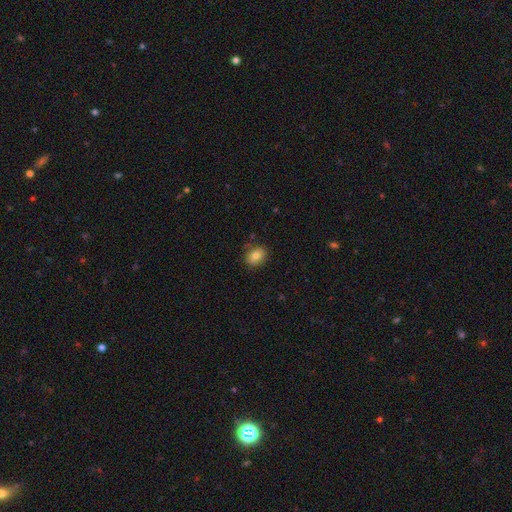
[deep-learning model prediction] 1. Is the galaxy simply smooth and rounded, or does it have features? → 81% smooth, 10% star or artifact, 9% featured or disk.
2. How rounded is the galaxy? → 55% in between, 44% round, 1% cigar-shaped.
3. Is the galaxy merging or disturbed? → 83% none, 12% minor disturbance, 3% major disturbance, 2% merger.